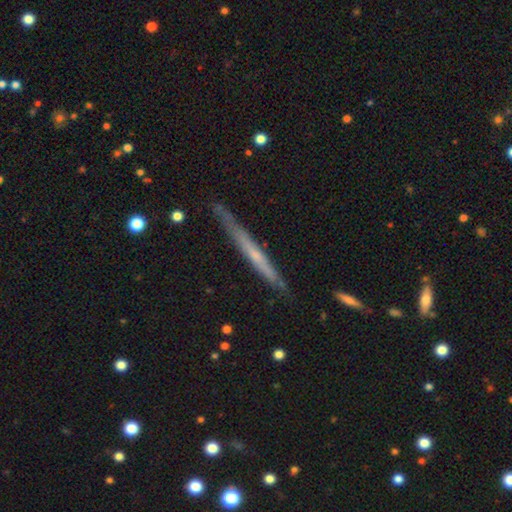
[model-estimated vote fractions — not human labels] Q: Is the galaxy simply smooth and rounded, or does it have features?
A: featured or disk — 58%.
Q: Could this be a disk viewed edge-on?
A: yes — 95%.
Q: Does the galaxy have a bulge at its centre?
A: none — 74%.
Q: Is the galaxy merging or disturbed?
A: none — 80%.